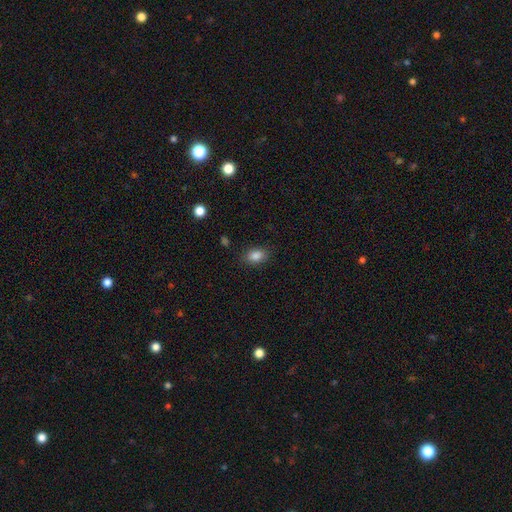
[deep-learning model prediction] smooth 86%, star or artifact 9%, featured or disk 5%. Down the decision tree: how rounded — in between (82%); merging — none (85%).